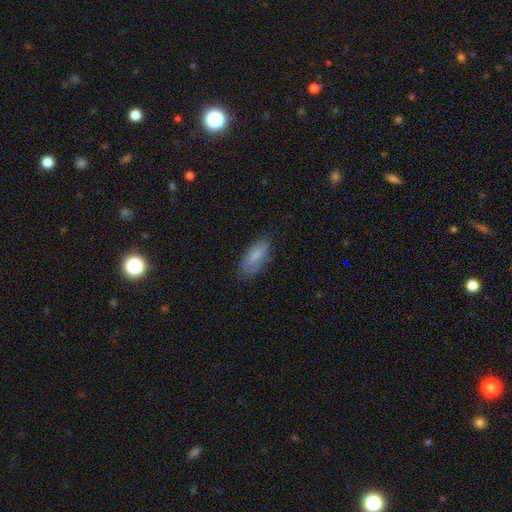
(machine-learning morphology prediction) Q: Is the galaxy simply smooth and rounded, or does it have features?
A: smooth — 82%.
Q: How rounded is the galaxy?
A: in between — 76%.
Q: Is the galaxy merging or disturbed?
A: none — 76%.